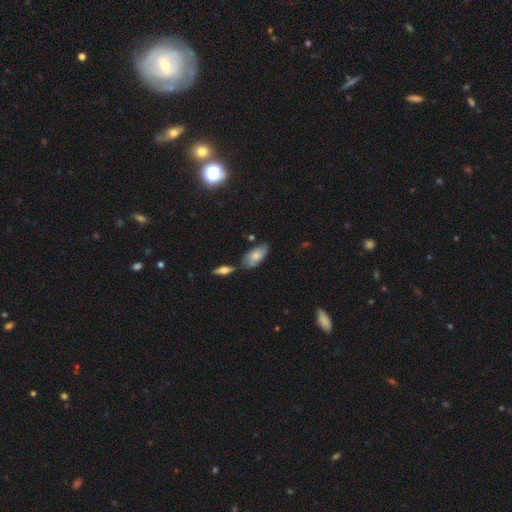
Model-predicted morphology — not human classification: The model was most divided on "merging": none: 63%, minor disturbance: 23%, merger: 10%, major disturbance: 4%. More confident: how rounded — in between (90%); smooth or featured — smooth (71%).